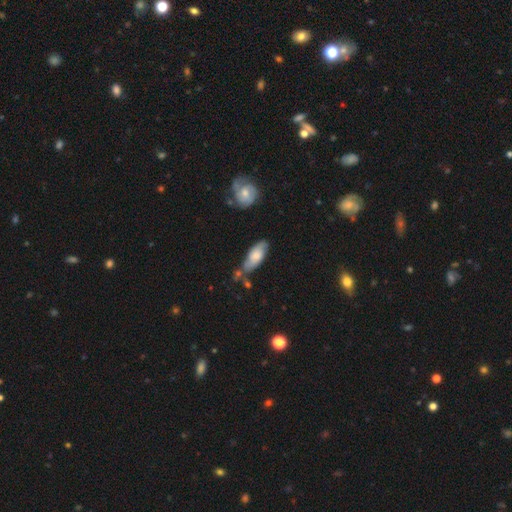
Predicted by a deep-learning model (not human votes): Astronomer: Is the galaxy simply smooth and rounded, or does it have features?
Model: smooth — 64%.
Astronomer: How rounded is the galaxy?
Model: in between — 77%.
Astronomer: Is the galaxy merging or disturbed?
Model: none — 56%.